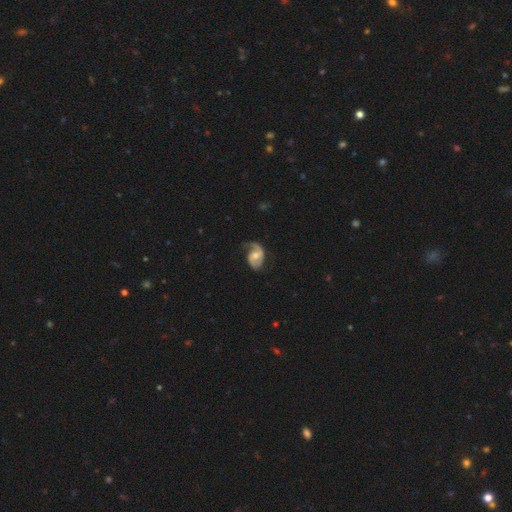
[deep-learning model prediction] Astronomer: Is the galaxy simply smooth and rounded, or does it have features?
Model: featured or disk — 85%.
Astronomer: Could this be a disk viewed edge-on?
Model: no — 98%.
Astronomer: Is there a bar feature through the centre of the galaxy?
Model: no — 46% (runner-up: weak, 42%).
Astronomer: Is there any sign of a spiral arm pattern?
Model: yes — 96%.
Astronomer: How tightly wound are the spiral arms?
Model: medium — 48% (runner-up: loose, 33%).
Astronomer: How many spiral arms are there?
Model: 2 — 78%.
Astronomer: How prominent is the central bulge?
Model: moderate — 59%.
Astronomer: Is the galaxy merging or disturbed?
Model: none — 61%.